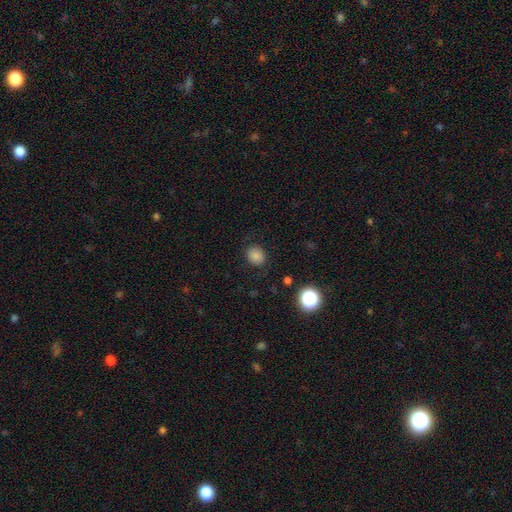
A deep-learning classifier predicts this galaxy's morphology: smooth-or-featured: smooth: 82% | star or artifact: 12% | featured or disk: 6%
  how-rounded: round: 69% | in between: 30% | cigar-shaped: 1%
  merging: none: 83% | minor disturbance: 12% | major disturbance: 4% | merger: 1%